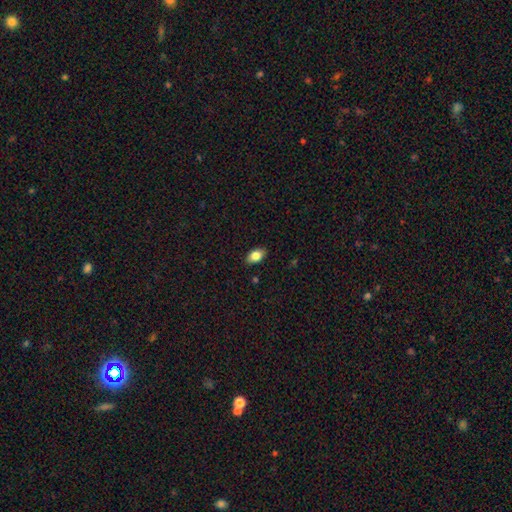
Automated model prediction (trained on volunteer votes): A smooth galaxy with no disk features (83%) that is in between round and cigar-shaped (90%).

Vote fractions:
- Smooth or featured? smooth: 83% / featured or disk: 9% / star or artifact: 8%
- How rounded? in between: 90% / round: 8% / cigar-shaped: 3%
- Merging? none: 87% / minor disturbance: 10% / major disturbance: 2% / merger: 1%